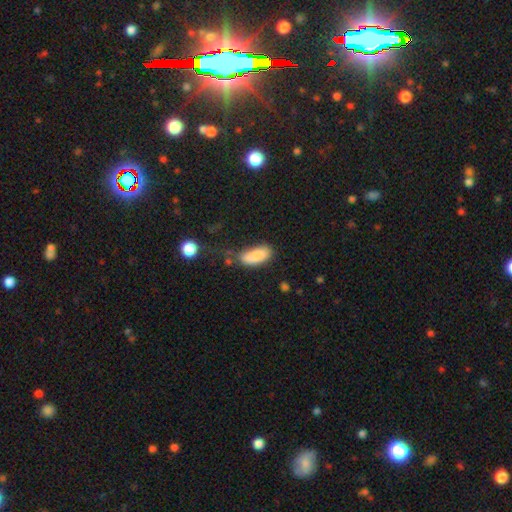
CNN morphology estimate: Smooth or featured?
  - smooth: 86% *
  - star or artifact: 8%
  - featured or disk: 7%
How rounded?
  - in between: 81% *
  - cigar-shaped: 17%
  - round: 2%
Merging?
  - none: 53% *
  - minor disturbance: 28%
  - major disturbance: 12%
  - merger: 7%